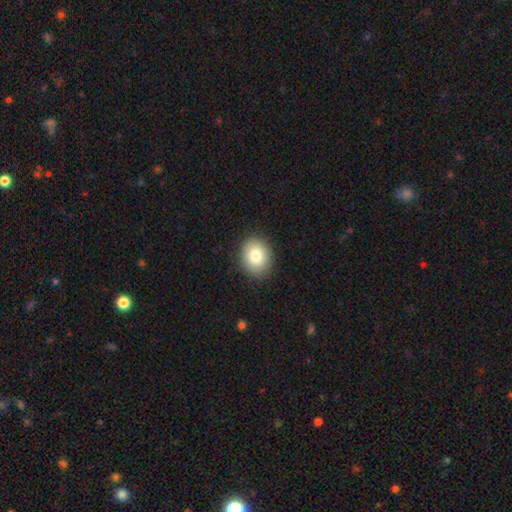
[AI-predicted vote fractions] The model was most divided on "how rounded": round: 51%, in between: 48%, cigar-shaped: 1%. More confident: merging — none (89%); smooth or featured — smooth (83%).